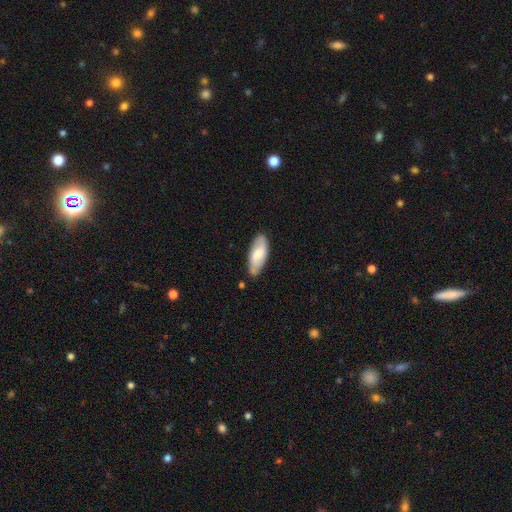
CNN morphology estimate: Q: Smooth or featured?
A: smooth (60%); runner-up: featured or disk (34%)
Q: How rounded?
A: in between (78%); runner-up: cigar-shaped (20%)
Q: Merging?
A: none (76%); runner-up: minor disturbance (17%)